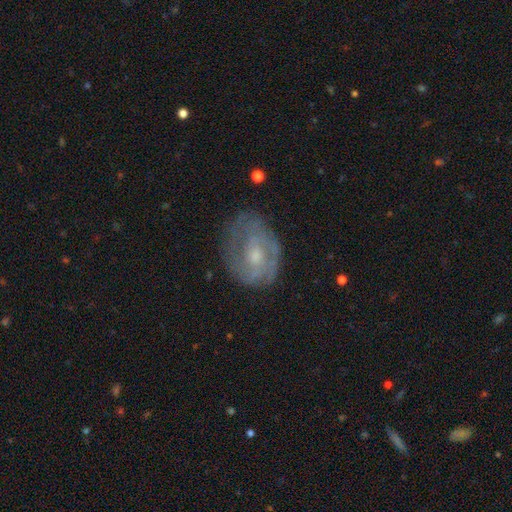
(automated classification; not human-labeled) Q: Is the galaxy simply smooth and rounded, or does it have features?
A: featured or disk — 68%.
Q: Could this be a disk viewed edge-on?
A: no — 96%.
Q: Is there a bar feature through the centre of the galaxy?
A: no — 63%.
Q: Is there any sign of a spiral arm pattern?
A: yes — 76%.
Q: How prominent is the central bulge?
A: moderate — 46%, tied with small.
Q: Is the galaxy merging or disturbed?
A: none — 64%.